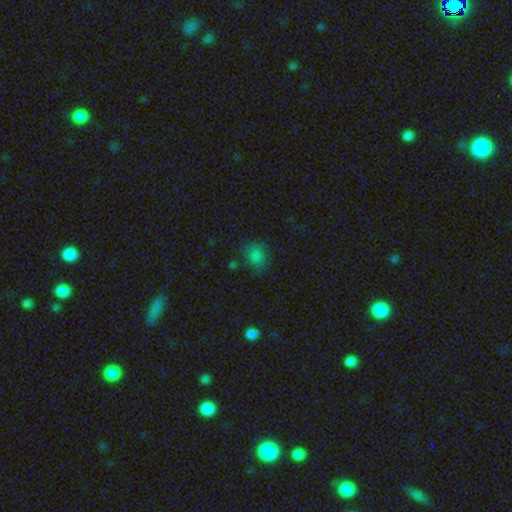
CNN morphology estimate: Q: Smooth or featured?
A: smooth (79%); runner-up: star or artifact (15%)
Q: How rounded?
A: round (58%); runner-up: in between (41%)
Q: Merging?
A: none (75%); runner-up: minor disturbance (17%)